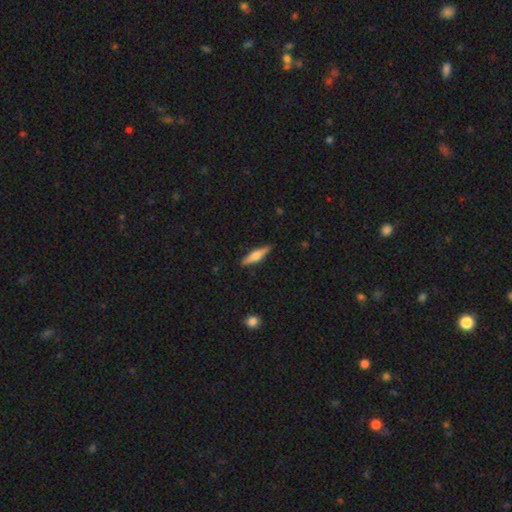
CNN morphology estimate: Smooth or featured? featured or disk (54%)
Edge-on disk? yes (96%)
Edge-on bulge? rounded (85%)
Merging? none (89%)